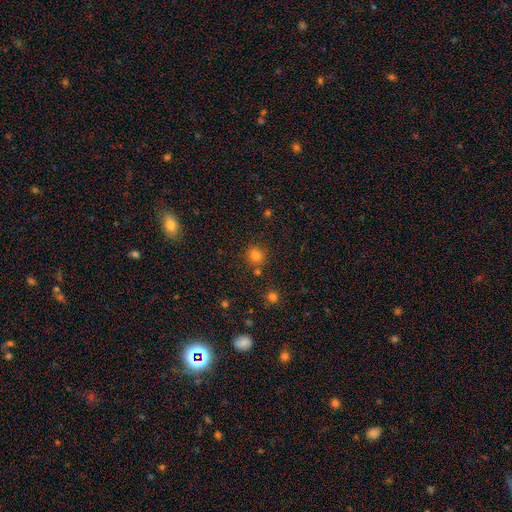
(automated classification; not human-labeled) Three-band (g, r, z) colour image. It shows a smooth galaxy with no disk features (79%) that is round (79%). Merging: none (75%).